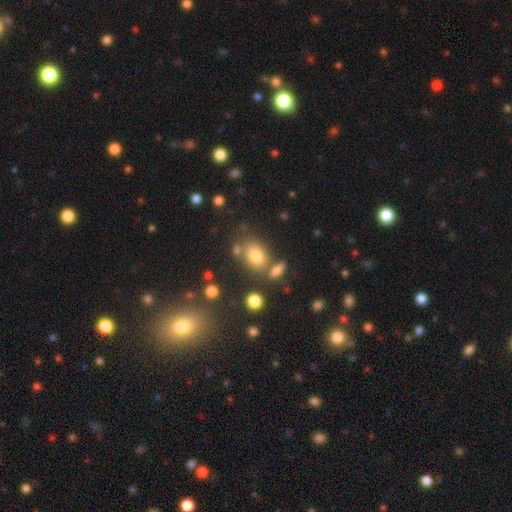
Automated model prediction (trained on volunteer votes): Smooth or featured? smooth (77%)
How rounded? in between (65%)
Merging? none (63%)